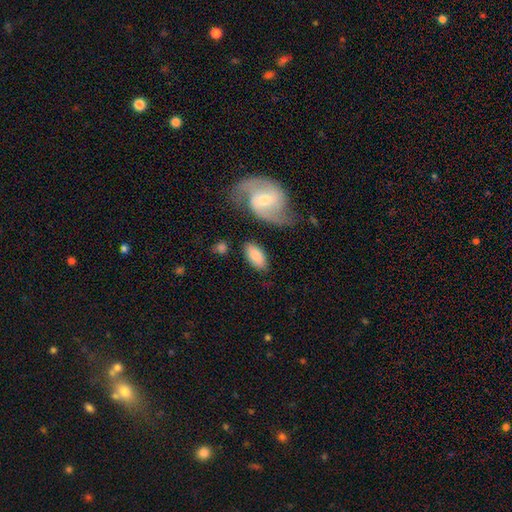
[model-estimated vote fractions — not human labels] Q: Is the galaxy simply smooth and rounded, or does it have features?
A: smooth — 81%.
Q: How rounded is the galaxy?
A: in between — 93%.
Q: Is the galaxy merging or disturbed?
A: none — 73%.